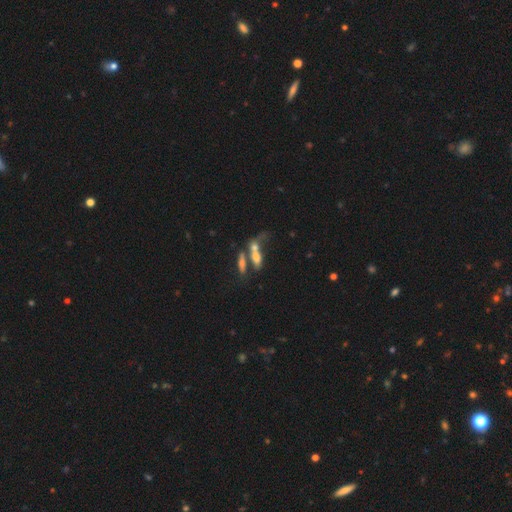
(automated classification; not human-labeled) A smooth galaxy with no disk features (54%) that is in between round and cigar-shaped (58%).

Vote fractions:
- Smooth or featured? smooth: 54% / featured or disk: 34% / star or artifact: 12%
- How rounded? in between: 58% / cigar-shaped: 36% / round: 7%
- Merging? merger: 57% / none: 22% / major disturbance: 11% / minor disturbance: 9%